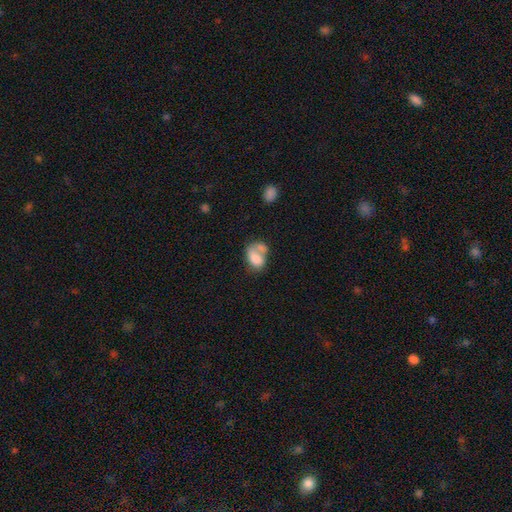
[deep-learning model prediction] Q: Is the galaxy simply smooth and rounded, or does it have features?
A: smooth — 73%.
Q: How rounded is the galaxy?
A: in between — 80%.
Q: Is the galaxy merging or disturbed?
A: merger — 52%.